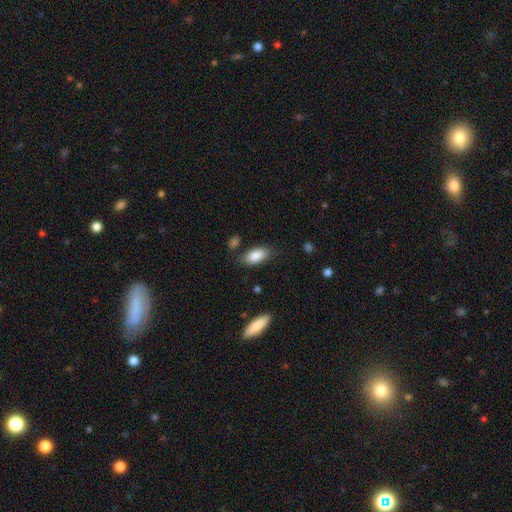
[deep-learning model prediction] Smooth or featured? smooth (86%)
How rounded? in between (89%)
Merging? none (73%)